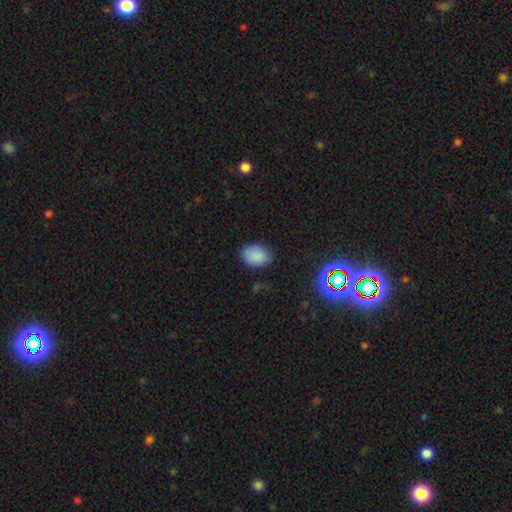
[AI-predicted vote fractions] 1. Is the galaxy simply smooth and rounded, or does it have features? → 87% smooth, 9% star or artifact, 4% featured or disk.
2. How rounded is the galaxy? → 84% in between, 15% round, 1% cigar-shaped.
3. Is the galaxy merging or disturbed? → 84% none, 12% minor disturbance, 3% major disturbance, 1% merger.